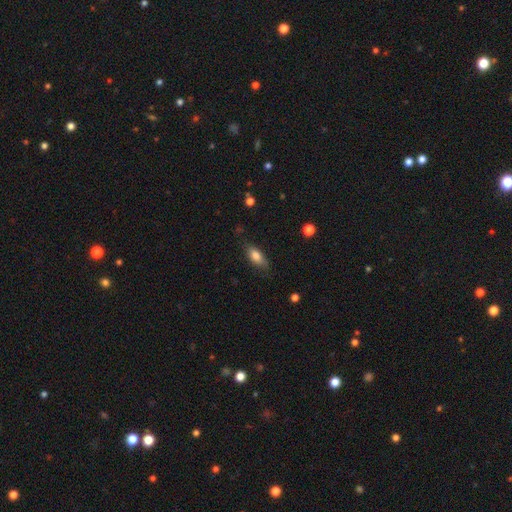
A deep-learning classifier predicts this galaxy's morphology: This appears to be a smooth galaxy with no disk features (80%) that is in between round and cigar-shaped (81%). Merging: none (77%).